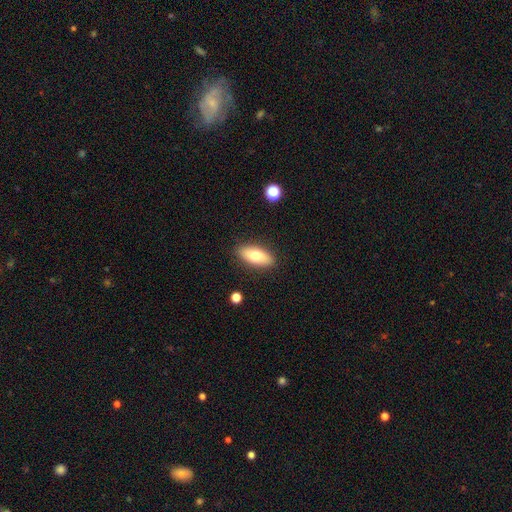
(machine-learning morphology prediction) Q: Smooth or featured?
A: smooth (75%); runner-up: featured or disk (19%)
Q: How rounded?
A: in between (81%); runner-up: cigar-shaped (16%)
Q: Merging?
A: none (87%); runner-up: minor disturbance (9%)